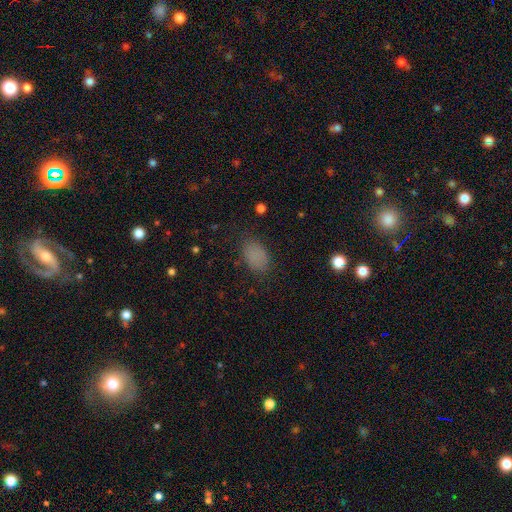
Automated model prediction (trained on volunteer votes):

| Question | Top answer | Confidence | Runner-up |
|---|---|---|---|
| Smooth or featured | smooth | 82% | star or artifact (13%) |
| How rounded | in between | 88% | round (10%) |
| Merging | none | 78% | minor disturbance (15%) |